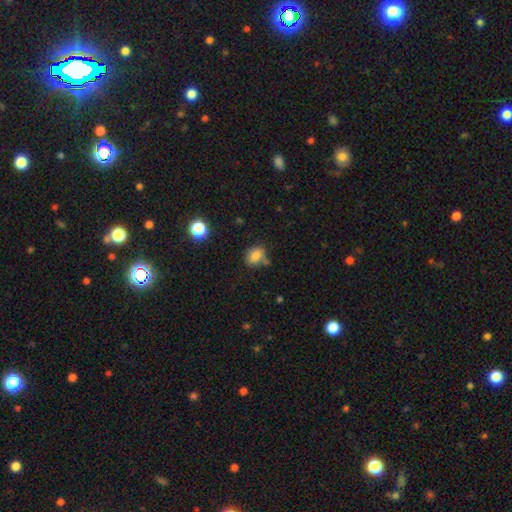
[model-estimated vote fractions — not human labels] smooth_or_featured: smooth (p=0.78) [alt: star or artifact p=0.12]
how_rounded: in between (p=0.59) [alt: round p=0.40]
merging: none (p=0.64) [alt: minor disturbance p=0.19]